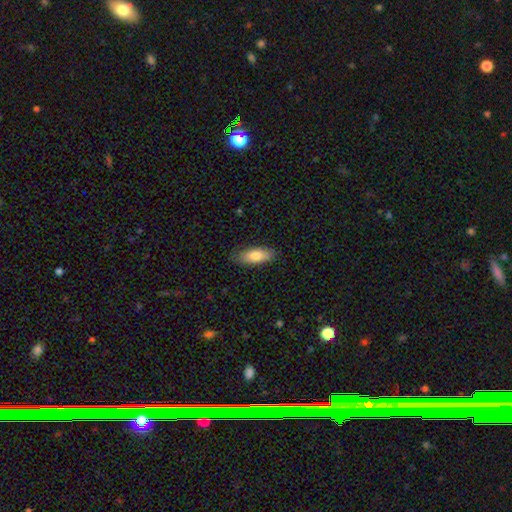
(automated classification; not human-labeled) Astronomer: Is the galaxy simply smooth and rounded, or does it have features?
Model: smooth — 79%.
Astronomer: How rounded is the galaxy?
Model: in between — 74%.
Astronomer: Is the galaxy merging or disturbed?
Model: none — 82%.